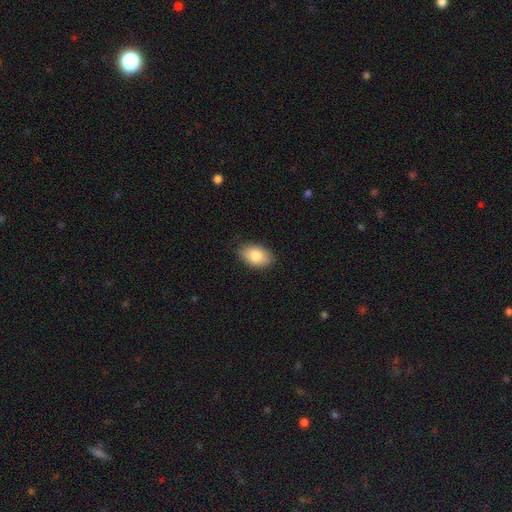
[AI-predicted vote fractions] smooth_or_featured: smooth (p=0.83) [alt: featured or disk p=0.11]
how_rounded: in between (p=0.90) [alt: round p=0.08]
merging: none (p=0.86) [alt: minor disturbance p=0.11]